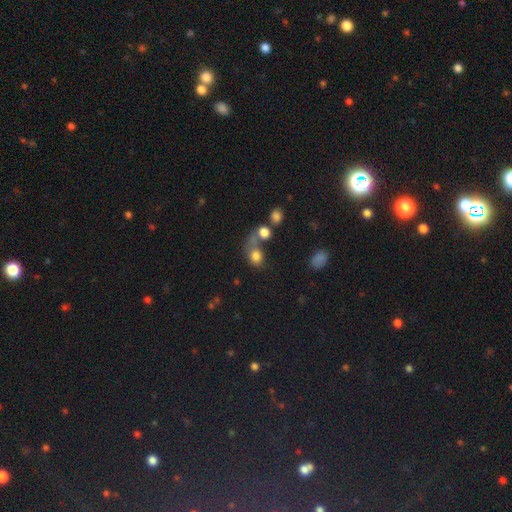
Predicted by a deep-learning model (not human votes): smooth 78%, star or artifact 12%, featured or disk 10%. Down the decision tree: how rounded — round (59%); merging — merger (37%).